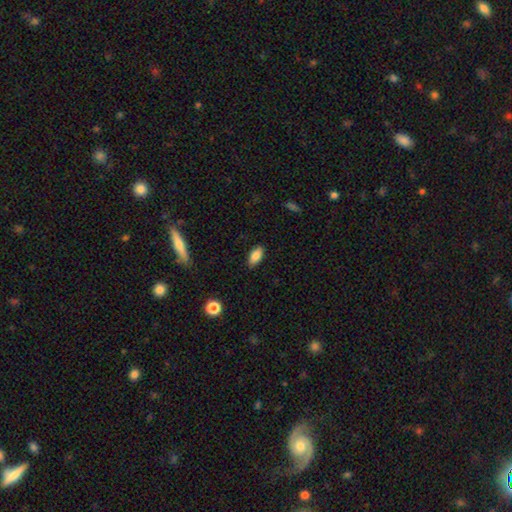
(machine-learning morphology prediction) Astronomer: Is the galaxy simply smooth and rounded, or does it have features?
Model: smooth — 85%.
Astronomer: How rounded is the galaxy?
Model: in between — 90%.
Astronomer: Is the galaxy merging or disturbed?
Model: none — 87%.